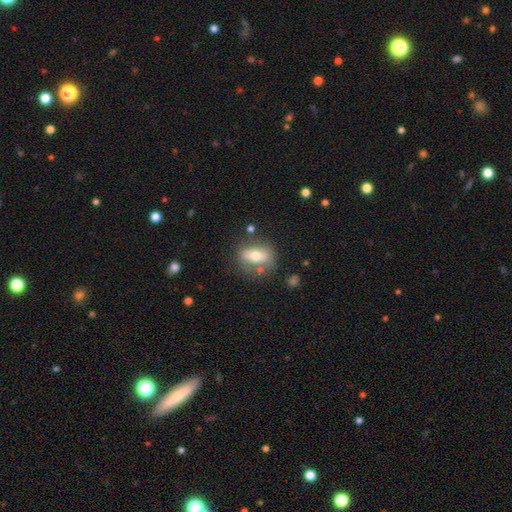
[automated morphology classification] This appears to be a smooth galaxy with no disk features (52%) that is in between round and cigar-shaped (69%). Merging: none (67%).